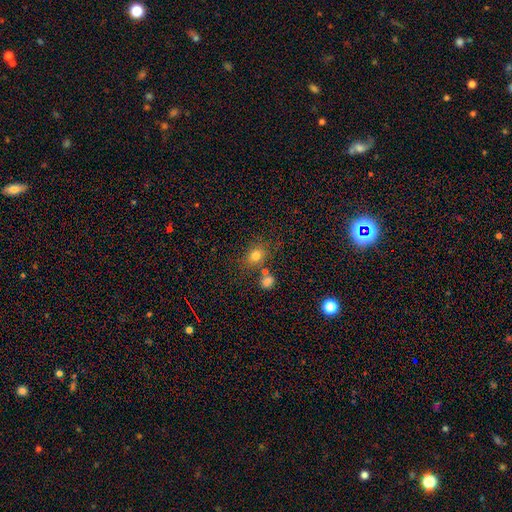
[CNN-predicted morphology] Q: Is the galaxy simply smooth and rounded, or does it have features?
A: smooth — 76%.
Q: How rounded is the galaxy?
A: round — 55%.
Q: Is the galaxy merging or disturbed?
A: none — 66%.